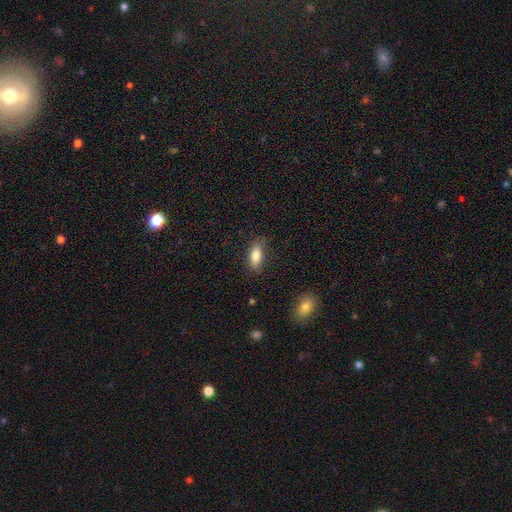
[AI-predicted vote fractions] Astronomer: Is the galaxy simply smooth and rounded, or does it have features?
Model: smooth — 82%.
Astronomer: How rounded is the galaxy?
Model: in between — 84%.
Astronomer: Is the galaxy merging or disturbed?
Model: none — 82%.